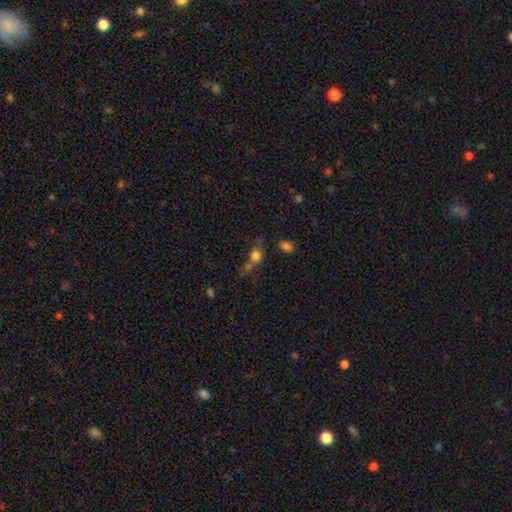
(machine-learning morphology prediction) The model was most divided on "merging": merger: 41%, none: 39%, minor disturbance: 11%, major disturbance: 9%. More confident: how rounded — round (74%); smooth or featured — smooth (70%).